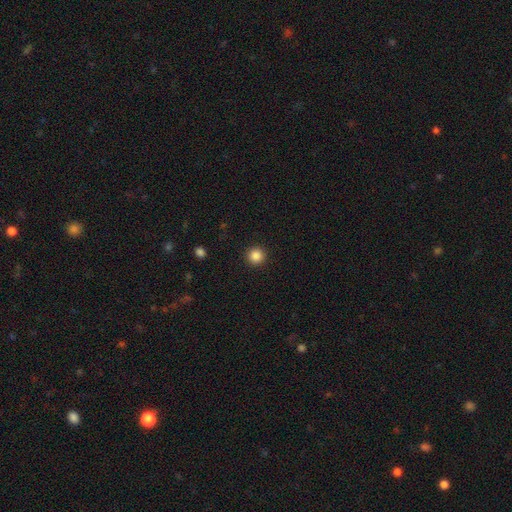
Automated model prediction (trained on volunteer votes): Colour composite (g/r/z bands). It shows a smooth galaxy with no disk features (86%) that is round (96%). Merging: none (93%).